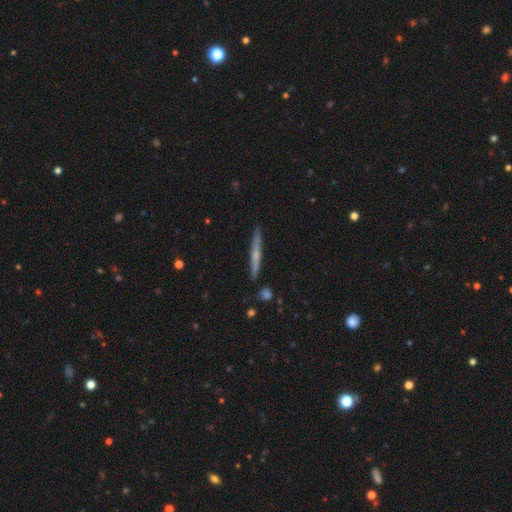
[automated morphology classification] Smooth or featured: featured or disk — 54% (smooth — 40%)
Edge-on disk: yes — 96% (no — 4%)
Edge-on bulge: rounded — 59% (none — 36%)
Merging: none — 88% (minor disturbance — 9%)